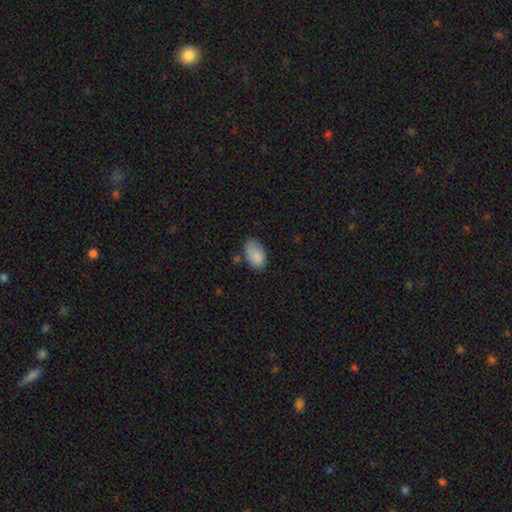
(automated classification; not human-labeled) Smooth or featured: smooth — 87% (star or artifact — 7%)
How rounded: in between — 92% (round — 6%)
Merging: none — 61% (minor disturbance — 29%)